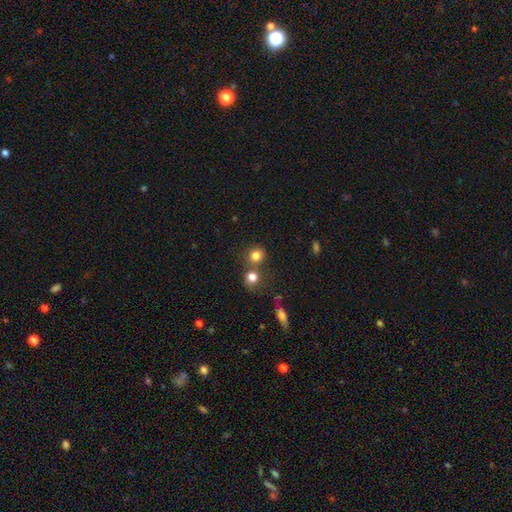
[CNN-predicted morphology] Q: Smooth or featured?
A: smooth (80%); runner-up: star or artifact (13%)
Q: How rounded?
A: round (87%); runner-up: in between (12%)
Q: Merging?
A: none (64%); runner-up: merger (25%)